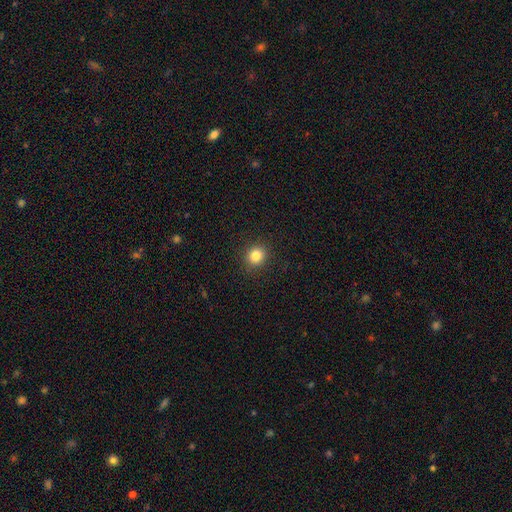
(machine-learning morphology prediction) Smooth or featured? smooth (83%)
How rounded? round (82%)
Merging? none (91%)